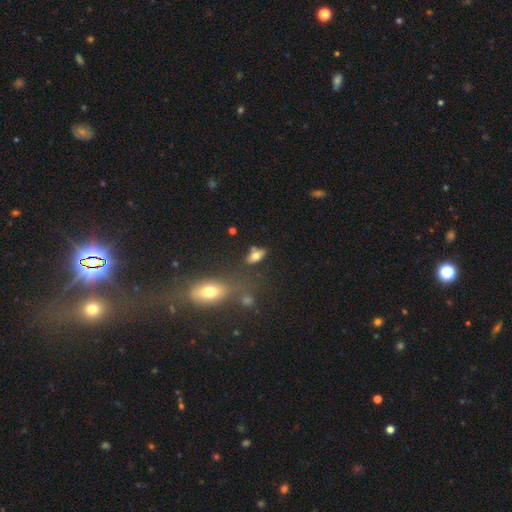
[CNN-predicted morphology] Smooth or featured?
  - smooth: 71% *
  - featured or disk: 17%
  - star or artifact: 11%
How rounded?
  - in between: 84% *
  - round: 9%
  - cigar-shaped: 7%
Merging?
  - none: 60% *
  - minor disturbance: 19%
  - merger: 14%
  - major disturbance: 7%